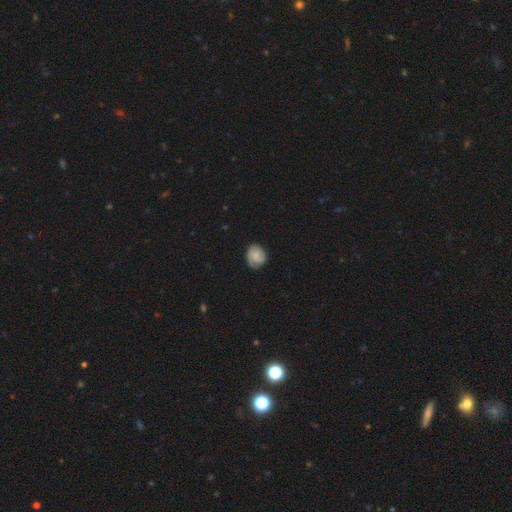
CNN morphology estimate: smooth-or-featured: smooth: 59% | featured or disk: 33% | star or artifact: 8%
  how-rounded: round: 64% | in between: 35% | cigar-shaped: 1%
  merging: none: 72% | minor disturbance: 22% | major disturbance: 5% | merger: 1%